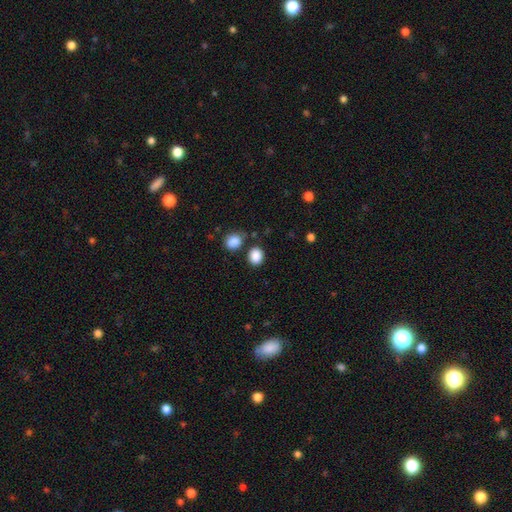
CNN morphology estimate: This appears to be a smooth galaxy with no disk features (88%) that is round (57%). Merging: none (76%).